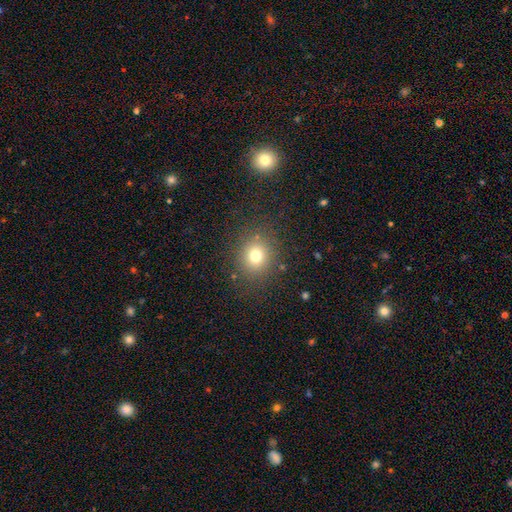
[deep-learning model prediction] Morphology: type=smooth (74%); roundness=round (81%); merging=none (84%).